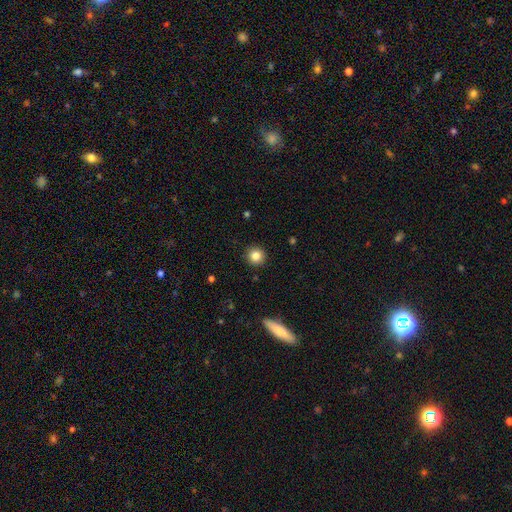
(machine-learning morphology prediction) Smooth or featured?
  - smooth: 84% *
  - star or artifact: 10%
  - featured or disk: 6%
How rounded?
  - round: 94% *
  - in between: 5%
  - cigar-shaped: 1%
Merging?
  - none: 92% *
  - minor disturbance: 5%
  - major disturbance: 2%
  - merger: 1%